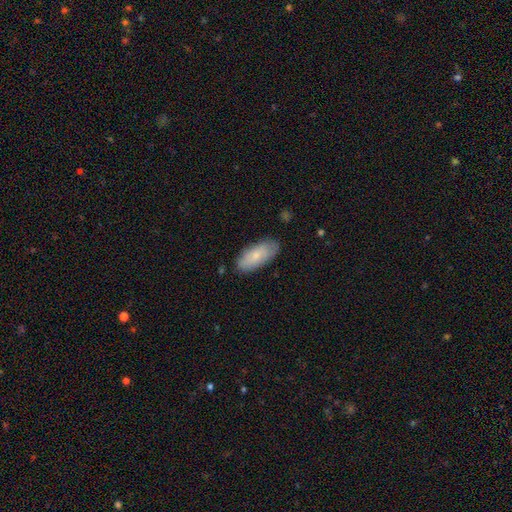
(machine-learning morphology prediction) smooth_or_featured: smooth (p=0.75) [alt: featured or disk p=0.19]
how_rounded: in between (p=0.85) [alt: cigar-shaped p=0.12]
merging: none (p=0.81) [alt: minor disturbance p=0.15]